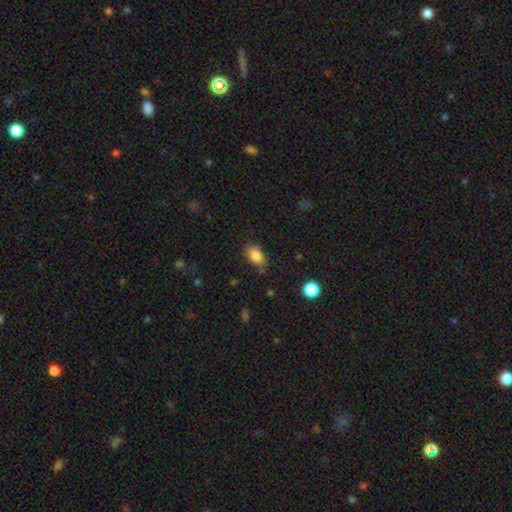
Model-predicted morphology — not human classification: The model was most divided on "merging": none: 72%, minor disturbance: 21%, major disturbance: 5%, merger: 3%. More confident: how rounded — in between (86%); smooth or featured — smooth (85%).